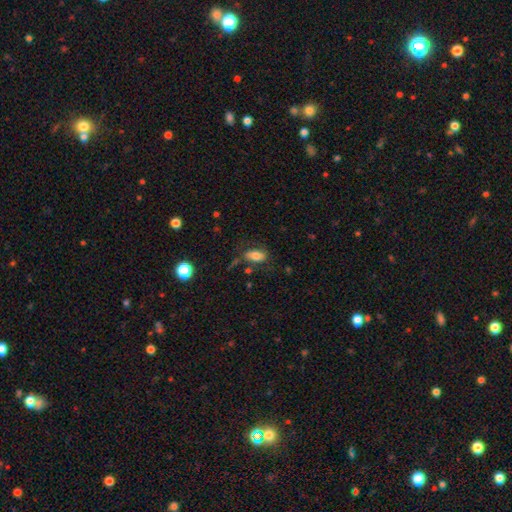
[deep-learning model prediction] The model was most divided on "merging": none: 59%, minor disturbance: 22%, major disturbance: 13%, merger: 6%. More confident: how rounded — in between (89%); smooth or featured — smooth (70%).